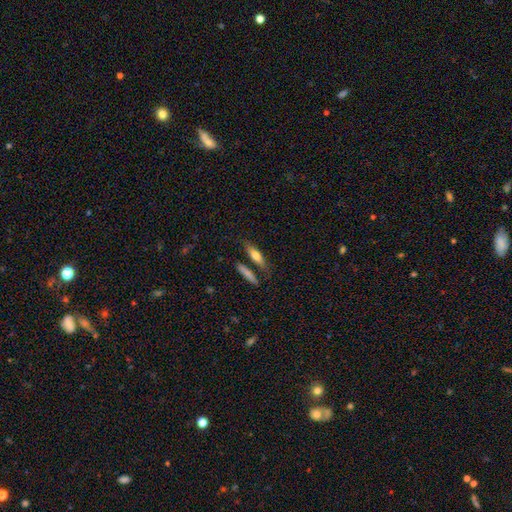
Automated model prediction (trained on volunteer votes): Smooth or featured? smooth (66%)
How rounded? cigar-shaped (70%)
Merging? none (72%)